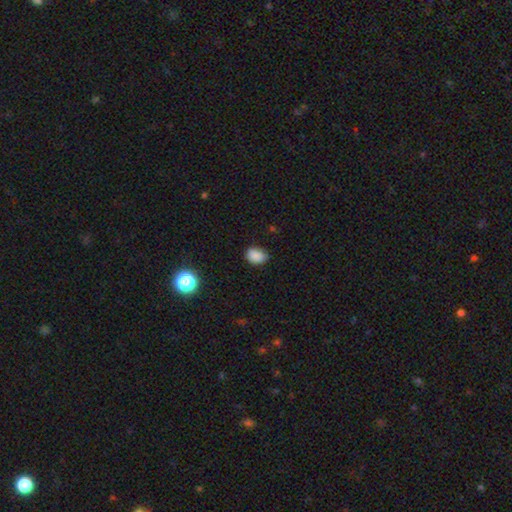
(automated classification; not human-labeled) Smooth or featured? smooth (85%)
How rounded? in between (72%)
Merging? none (78%)